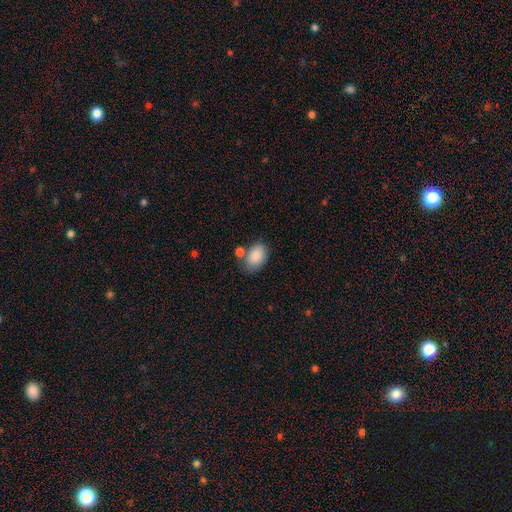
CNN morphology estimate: This is clearly a smooth galaxy (86%). How rounded: clearly in between (85%). Merging: likely none (64%).